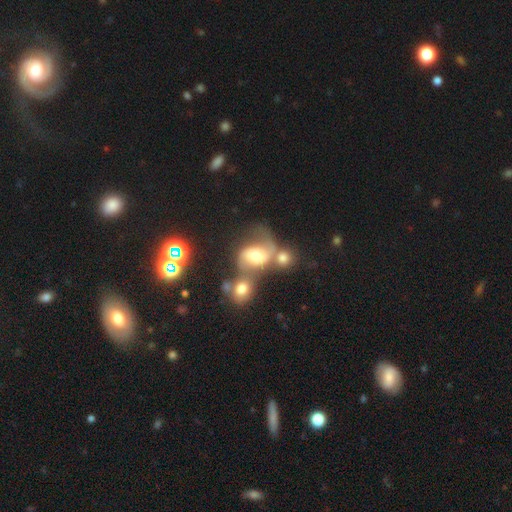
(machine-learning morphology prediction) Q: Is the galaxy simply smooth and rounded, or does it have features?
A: featured or disk — 47%.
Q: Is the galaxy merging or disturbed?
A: merger — 54%.